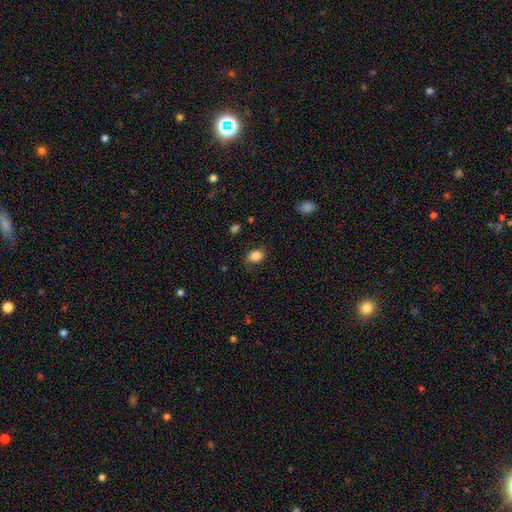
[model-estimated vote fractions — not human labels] This is clearly a smooth galaxy (85%). How rounded: likely in between (68%). Merging: likely none (79%).